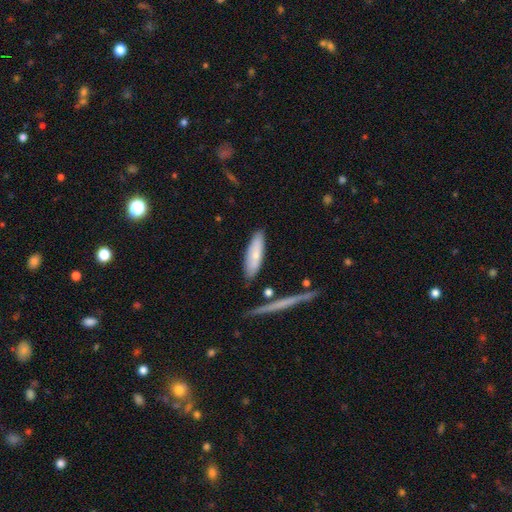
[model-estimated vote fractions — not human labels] Overall: smooth (67%; featured or disk 27%). How rounded: cigar-shaped (56%; in between 42%). Merging: none (80%).